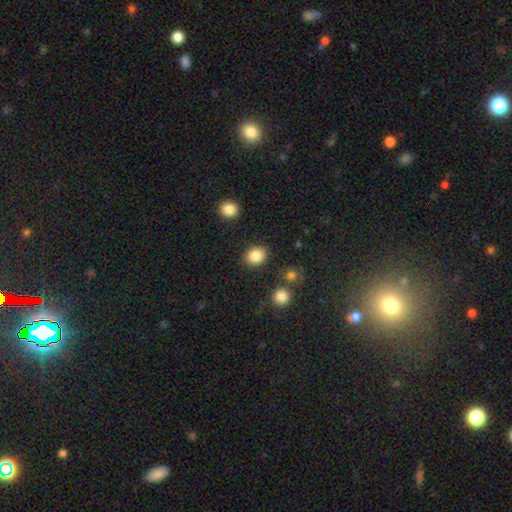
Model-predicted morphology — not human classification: Smooth or featured: smooth — 86% (star or artifact — 9%)
How rounded: round — 52% (in between — 47%)
Merging: none — 86% (minor disturbance — 9%)